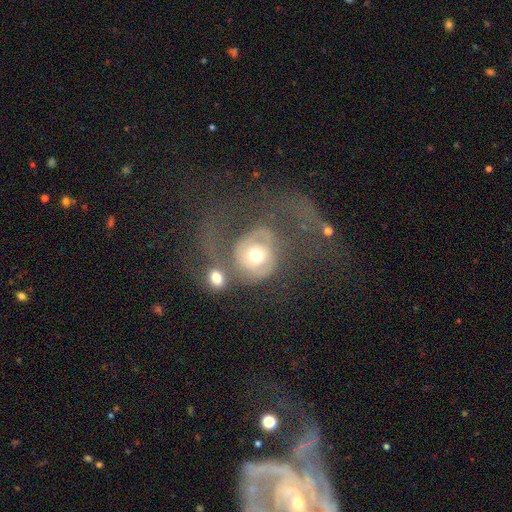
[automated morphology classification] Smooth or featured? featured or disk (58%)
Edge-on disk? no (96%)
Bar? no (79%)
Spiral arms? yes (60%)
Bulge size? moderate (73%)
Merging? major disturbance (37%)